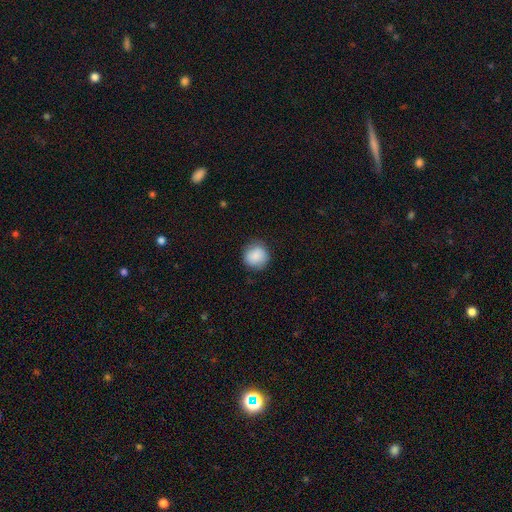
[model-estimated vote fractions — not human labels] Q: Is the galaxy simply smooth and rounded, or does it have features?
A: smooth — 88%.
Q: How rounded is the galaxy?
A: round — 90%.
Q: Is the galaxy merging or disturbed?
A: none — 84%.